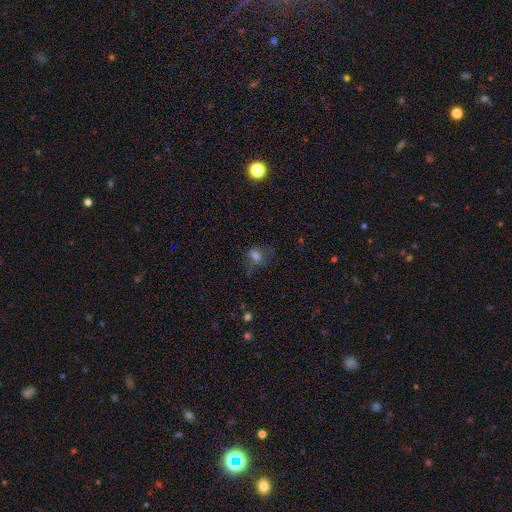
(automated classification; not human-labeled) A smooth galaxy with no disk features (65%) that is in between round and cigar-shaped (58%).

Vote fractions:
- Smooth or featured? smooth: 65% / star or artifact: 19% / featured or disk: 16%
- How rounded? in between: 58% / round: 40% / cigar-shaped: 2%
- Merging? none: 50% / minor disturbance: 25% / major disturbance: 22% / merger: 4%